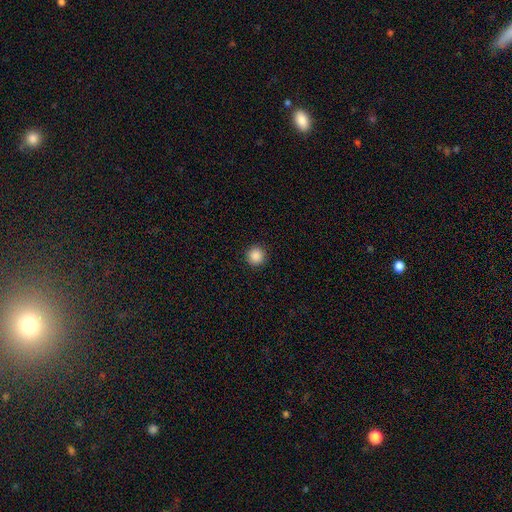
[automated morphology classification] smooth-or-featured: smooth: 88% | star or artifact: 9% | featured or disk: 3%
  how-rounded: round: 95% | in between: 4% | cigar-shaped: 1%
  merging: none: 93% | minor disturbance: 5% | major disturbance: 2% | merger: 1%